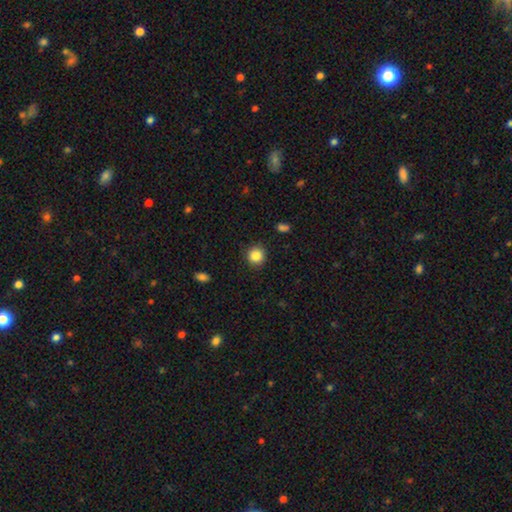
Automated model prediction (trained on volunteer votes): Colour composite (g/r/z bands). It shows a smooth galaxy with no disk features (86%) that is round (91%). Merging: none (89%).